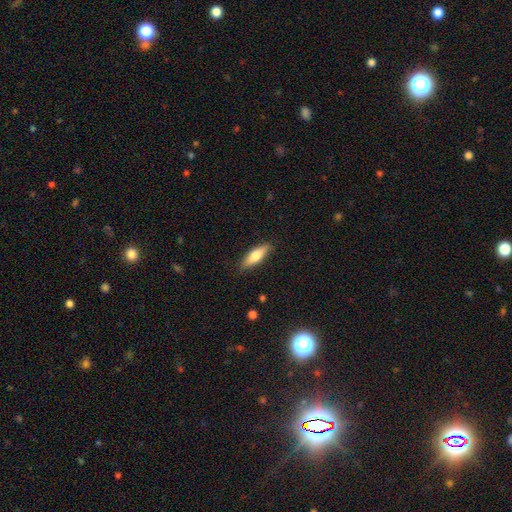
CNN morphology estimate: This appears to be a smooth galaxy with no disk features (68%) that is cigar-shaped (54%). Merging: none (87%).